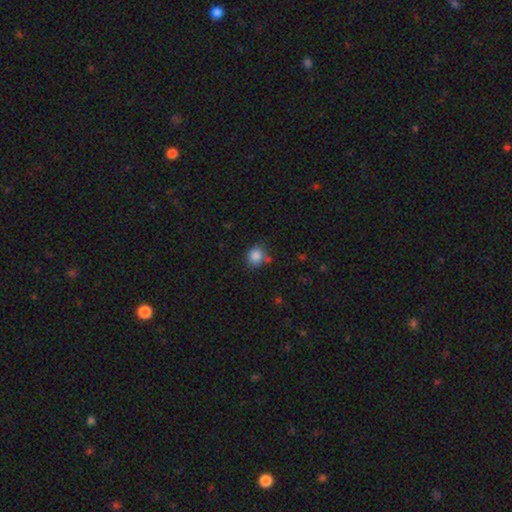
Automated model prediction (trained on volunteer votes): A smooth galaxy with no disk features (85%) that is round (73%). Merging: none (69%).